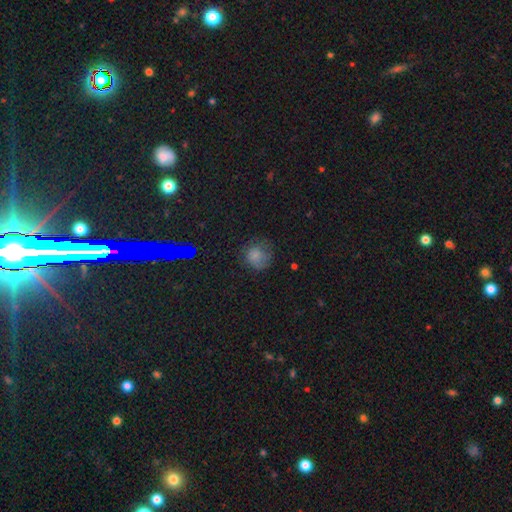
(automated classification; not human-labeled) Overall: smooth (70%). How rounded: round (83%). Merging: none (58%; minor disturbance 25%).